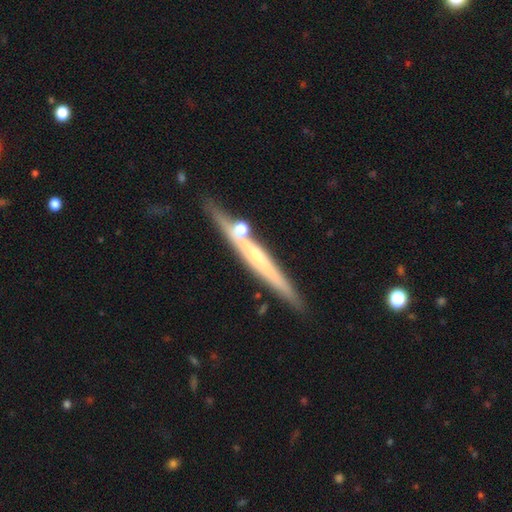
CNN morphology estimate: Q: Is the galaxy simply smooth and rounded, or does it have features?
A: featured or disk — 64%.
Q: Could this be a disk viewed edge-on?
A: yes — 94%.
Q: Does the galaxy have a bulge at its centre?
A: rounded — 56%.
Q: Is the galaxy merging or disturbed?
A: none — 79%.